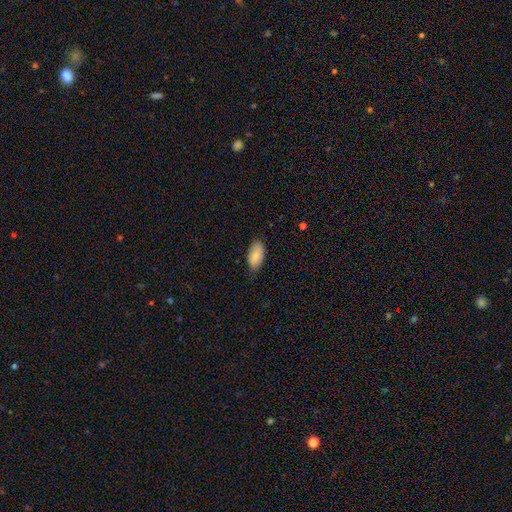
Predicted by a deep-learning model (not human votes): Smooth or featured?
  - smooth: 81% *
  - featured or disk: 13%
  - star or artifact: 6%
How rounded?
  - in between: 94% *
  - cigar-shaped: 3%
  - round: 2%
Merging?
  - none: 77% *
  - minor disturbance: 19%
  - major disturbance: 3%
  - merger: 1%